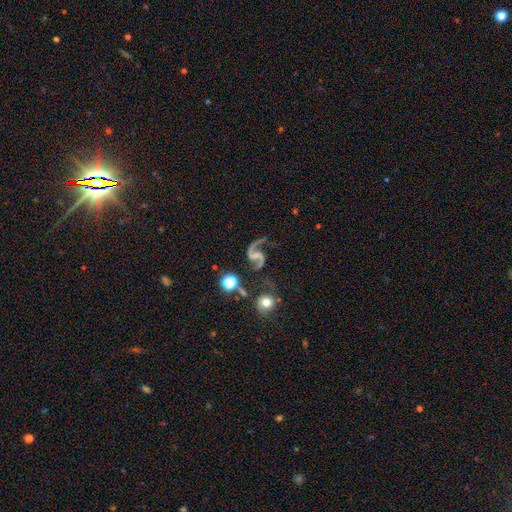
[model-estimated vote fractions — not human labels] A featured or disk galaxy (90%) with no bar (40%), 2 (91%) loose (64%) spiral arms (97%) and no central bulge (55%).

Vote fractions:
- Smooth or featured? featured or disk: 90% / star or artifact: 6% / smooth: 4%
- Edge-on disk? no: 98% / yes: 2%
- Bar? no: 40% / weak: 39% / strong: 21%
- Spiral arms? yes: 97% / no: 3%
- Spiral winding? loose: 64% / medium: 31% / tight: 5%
- Spiral arm count? 2: 91% / 1: 5% / can't tell: 1% / 3: 1% / 4: 1% / more than 4: 1%
- Bulge size? none: 55% / small: 31% / moderate: 11% / large: 2% / dominant: 1%
- Merging? none: 60% / minor disturbance: 17% / major disturbance: 17% / merger: 6%